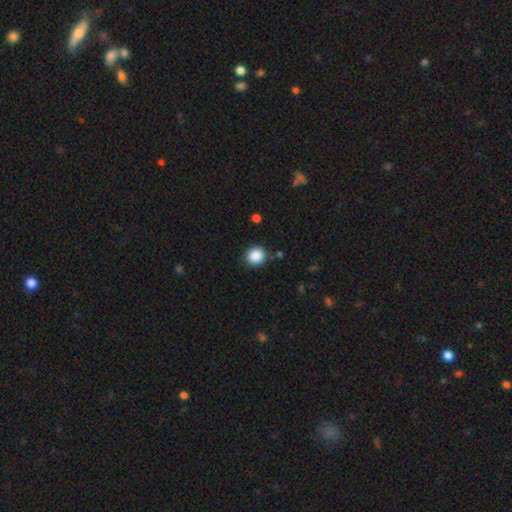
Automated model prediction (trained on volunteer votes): A smooth galaxy with no disk features (87%) that is round (88%). Merging: none (88%).